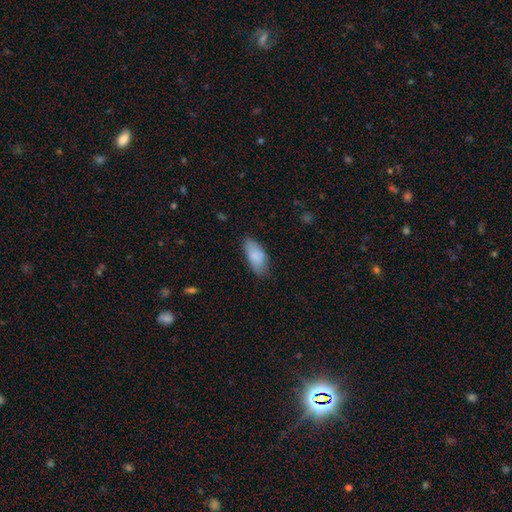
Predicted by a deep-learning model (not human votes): smooth-or-featured: smooth: 86% | featured or disk: 7% | star or artifact: 6%
  how-rounded: in between: 89% | cigar-shaped: 9% | round: 2%
  merging: none: 72% | minor disturbance: 22% | major disturbance: 4% | merger: 1%